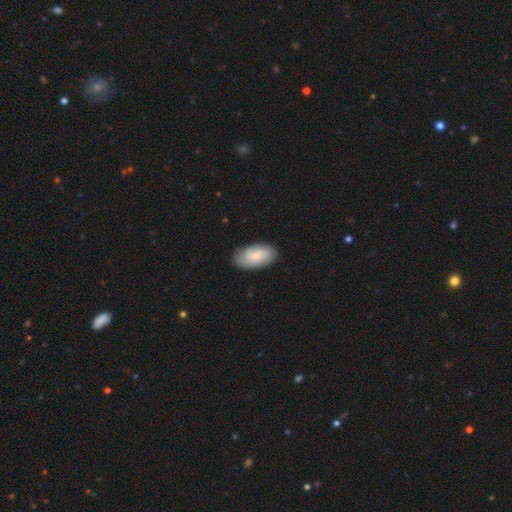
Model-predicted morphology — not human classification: Smooth or featured?
  - smooth: 70% *
  - featured or disk: 24%
  - star or artifact: 6%
How rounded?
  - in between: 94% *
  - round: 3%
  - cigar-shaped: 2%
Merging?
  - none: 81% *
  - minor disturbance: 15%
  - major disturbance: 3%
  - merger: 1%